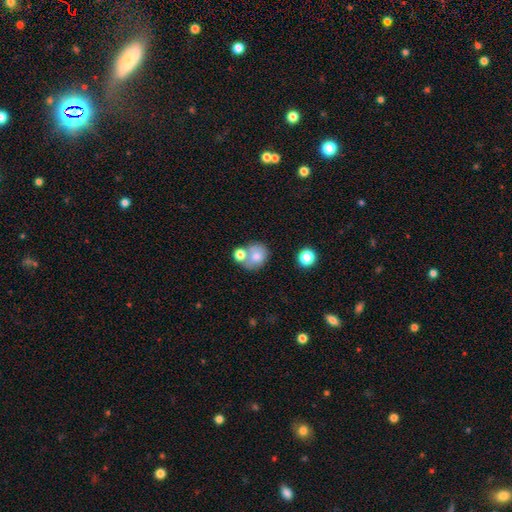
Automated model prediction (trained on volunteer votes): A smooth galaxy with no disk features (72%) that is round (70%). Merging: none (44%).